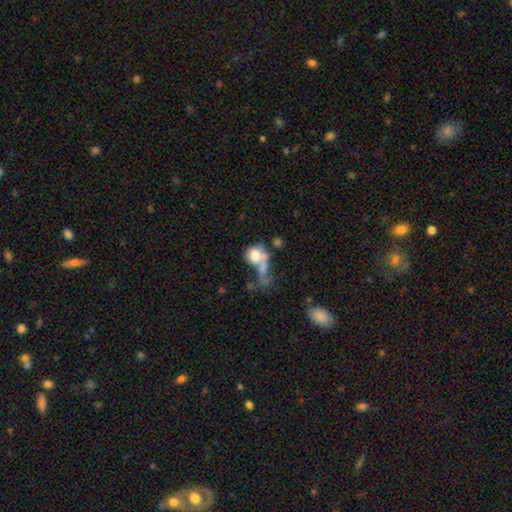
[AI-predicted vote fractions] Morphology: type=smooth (62%); roundness=round (58%); merging=merger (47%).